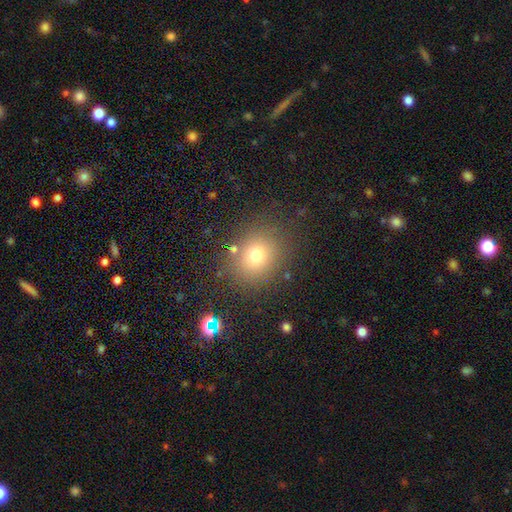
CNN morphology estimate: Overall: smooth (72%). How rounded: round (69%; in between 30%). Merging: none (81%).